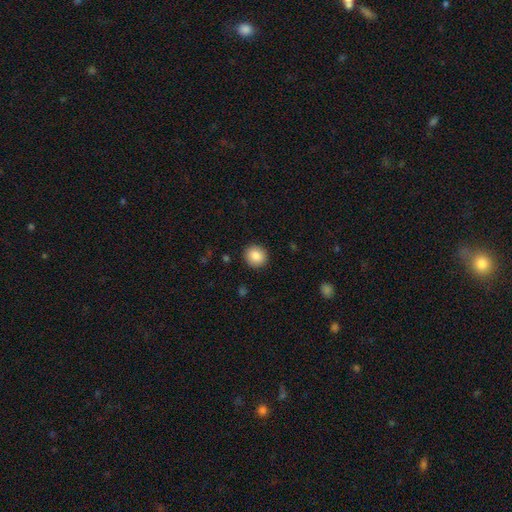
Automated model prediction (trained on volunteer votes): Smooth or featured: smooth — 86% (star or artifact — 8%)
How rounded: round — 85% (in between — 14%)
Merging: none — 91% (minor disturbance — 6%)